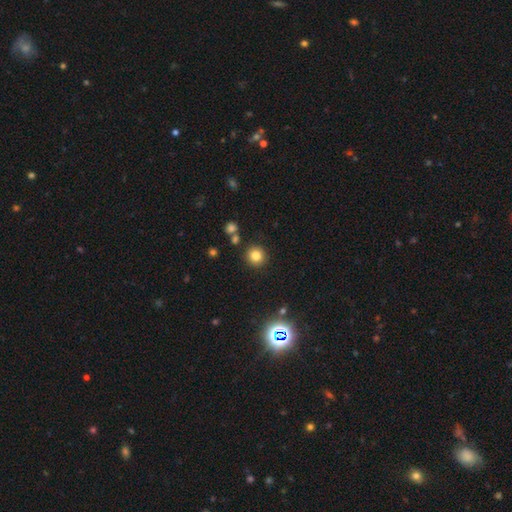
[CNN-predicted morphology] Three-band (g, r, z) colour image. It shows a smooth galaxy with no disk features (80%) that is round (93%). Merging: none (86%).